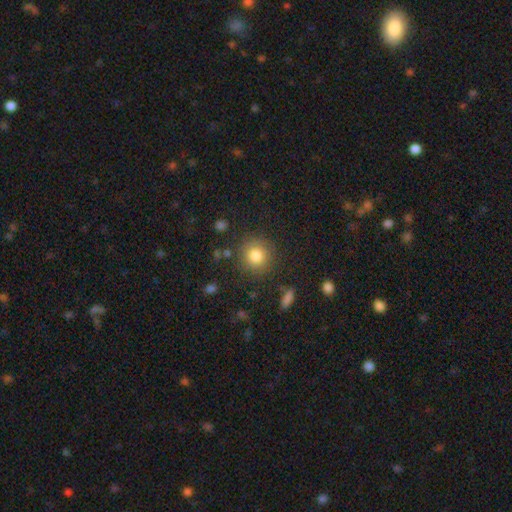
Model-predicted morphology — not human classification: This appears to be a smooth galaxy with no disk features (82%) that is round (91%). Merging: none (85%).